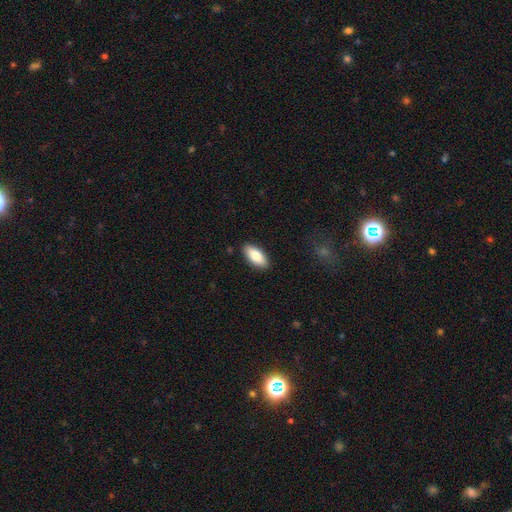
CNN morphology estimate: Overall: smooth (83%). How rounded: in between (84%). Merging: none (88%).